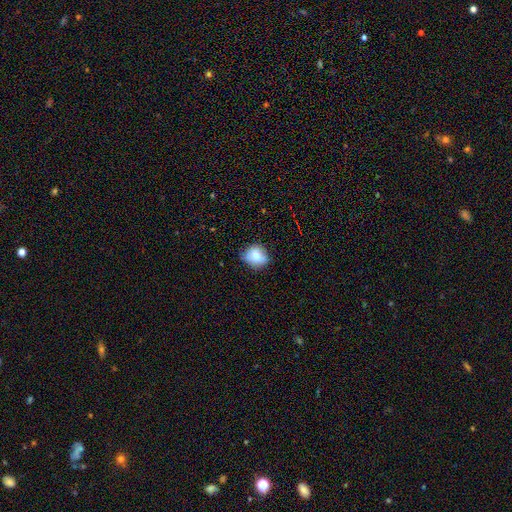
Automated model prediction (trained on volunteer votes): Morphology: type=smooth (73%); roundness=round (66%); merging=none (65%).